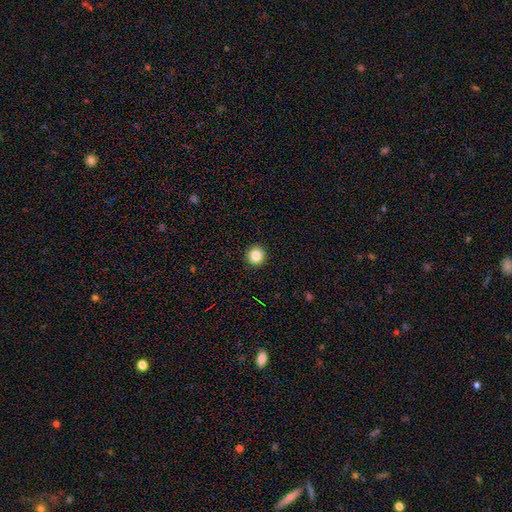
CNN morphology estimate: Smooth or featured?
  - smooth: 85% *
  - star or artifact: 10%
  - featured or disk: 5%
How rounded?
  - round: 95% *
  - in between: 4%
  - cigar-shaped: 1%
Merging?
  - none: 93% *
  - minor disturbance: 5%
  - major disturbance: 2%
  - merger: 1%